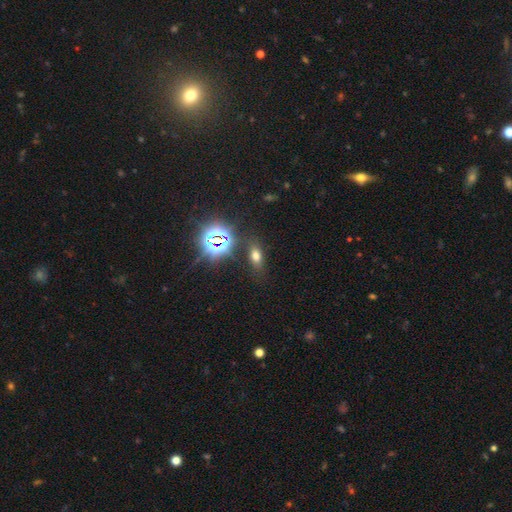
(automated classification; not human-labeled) smooth-or-featured: smooth: 58% | star or artifact: 30% | featured or disk: 11%
  how-rounded: in between: 73% | round: 14% | cigar-shaped: 13%
  merging: none: 81% | minor disturbance: 11% | major disturbance: 4% | merger: 4%